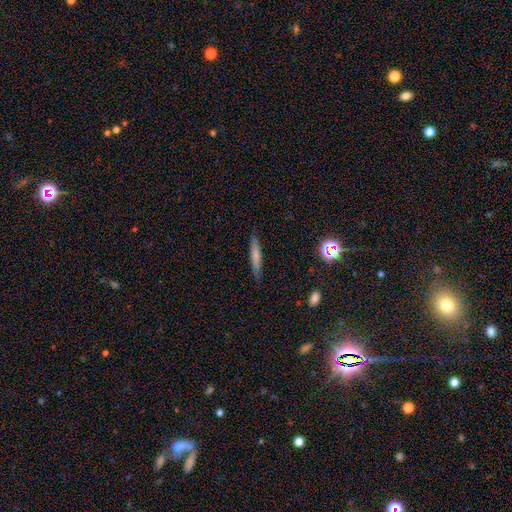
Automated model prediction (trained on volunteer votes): This appears to be a smooth galaxy with no disk features (67%) that is cigar-shaped (90%). Merging: none (86%).